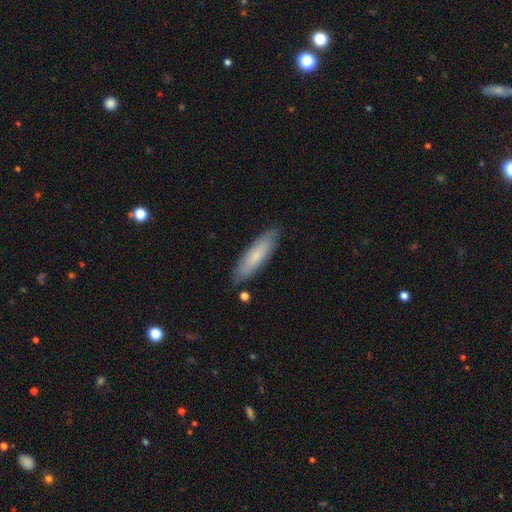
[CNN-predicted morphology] This appears to be a smooth galaxy with no disk features (72%) that is cigar-shaped (69%). Merging: none (85%).